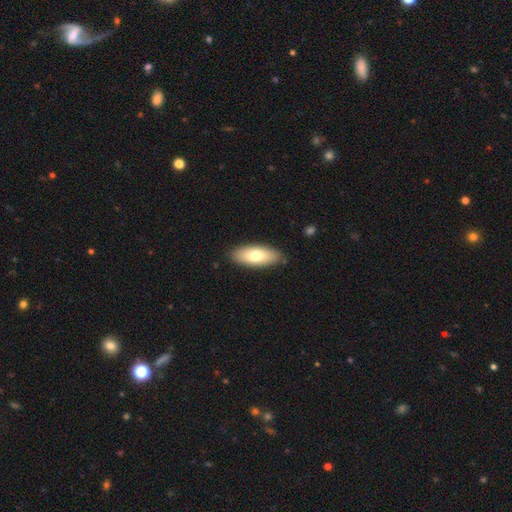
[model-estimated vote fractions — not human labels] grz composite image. It shows a smooth galaxy with no disk features (74%) that is in between round and cigar-shaped (78%). Merging: none (86%).